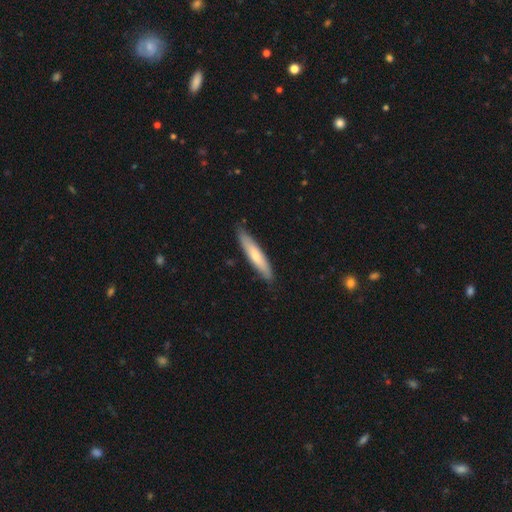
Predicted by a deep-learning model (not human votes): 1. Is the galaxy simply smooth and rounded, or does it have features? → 66% smooth, 29% featured or disk, 5% star or artifact.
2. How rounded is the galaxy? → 88% cigar-shaped, 11% in between, 1% round.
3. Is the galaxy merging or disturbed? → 86% none, 11% minor disturbance, 2% major disturbance, 1% merger.